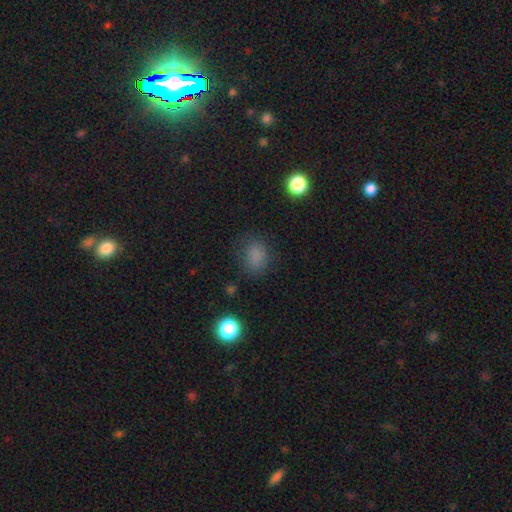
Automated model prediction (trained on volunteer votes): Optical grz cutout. It shows a smooth galaxy with no disk features (79%) that is round (50%). Merging: none (77%).